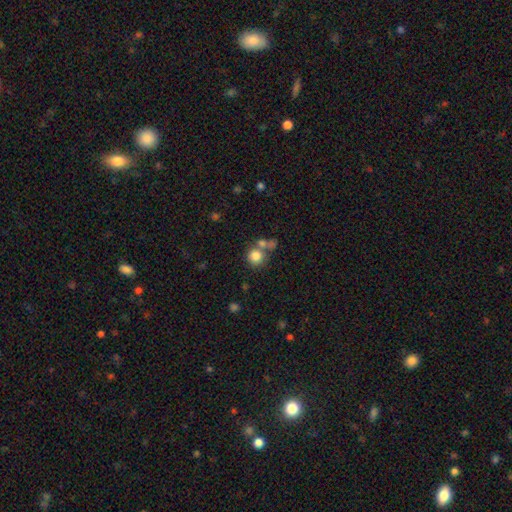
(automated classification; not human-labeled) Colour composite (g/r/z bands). It shows a smooth galaxy with no disk features (81%) that is round (89%). Merging: none (55%).